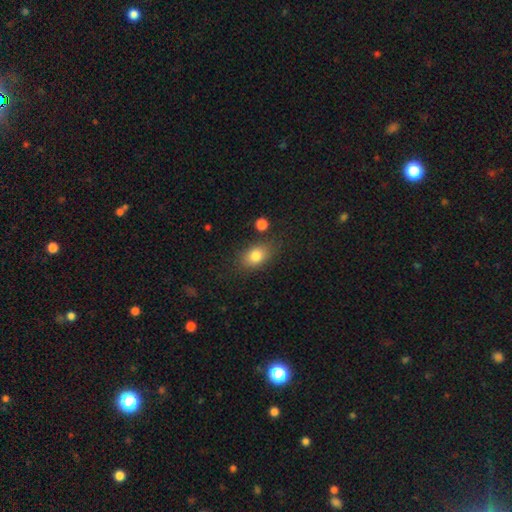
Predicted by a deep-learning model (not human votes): smooth_or_featured: smooth (p=0.82) [alt: star or artifact p=0.09]
how_rounded: in between (p=0.75) [alt: round p=0.22]
merging: none (p=0.75) [alt: minor disturbance p=0.16]